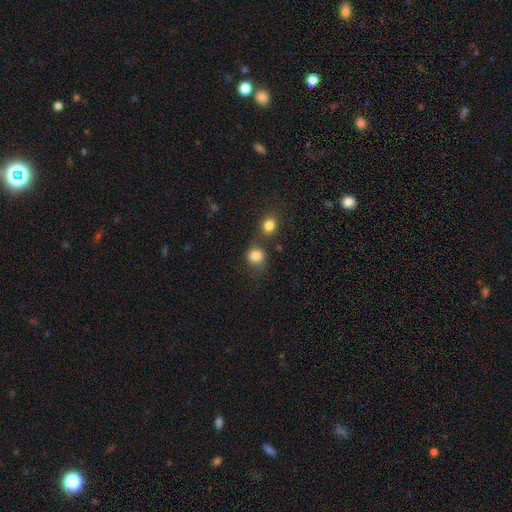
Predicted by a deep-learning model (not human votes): Smooth or featured: smooth — 83% (star or artifact — 11%)
How rounded: round — 86% (in between — 13%)
Merging: none — 63% (merger — 20%)